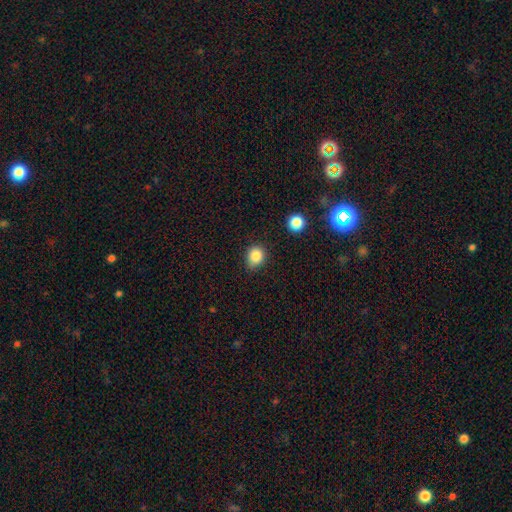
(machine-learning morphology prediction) smooth 85%, star or artifact 11%, featured or disk 5%. Down the decision tree: how rounded — round (69%); merging — none (78%).